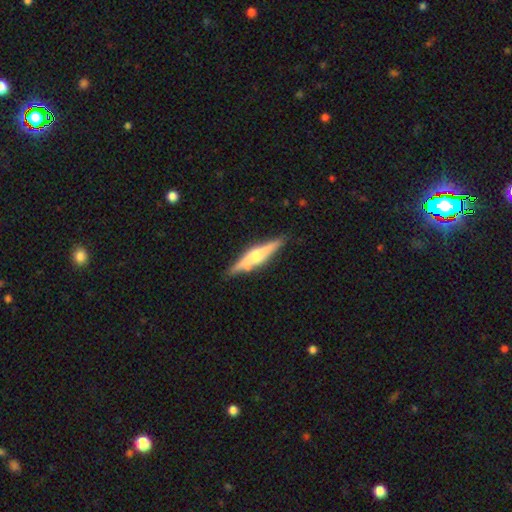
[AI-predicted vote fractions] smooth_or_featured: featured or disk (p=0.64) [alt: smooth p=0.30]
disk_edge_on: yes (p=0.96) [alt: no p=0.04]
edge_on_bulge: rounded (p=0.85) [alt: boxy p=0.10]
merging: none (p=0.82) [alt: minor disturbance p=0.12]